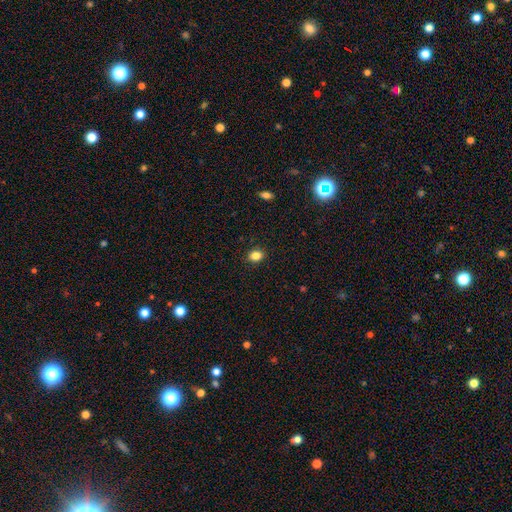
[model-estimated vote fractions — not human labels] This appears to be a smooth galaxy with no disk features (84%) that is in between round and cigar-shaped (52%). Merging: none (90%).